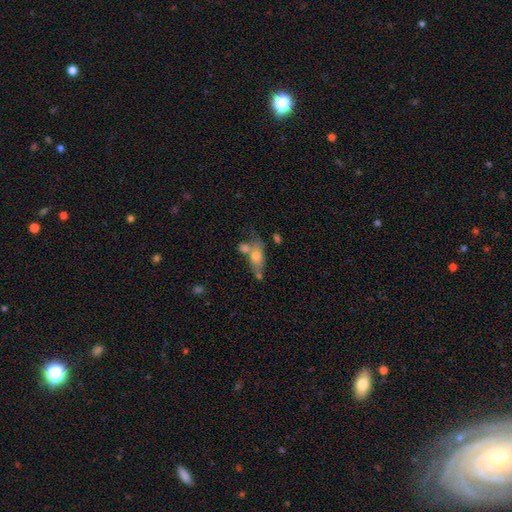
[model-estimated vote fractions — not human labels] Overall: smooth (66%). How rounded: in between (76%). Merging: merger (39%; none 36%).